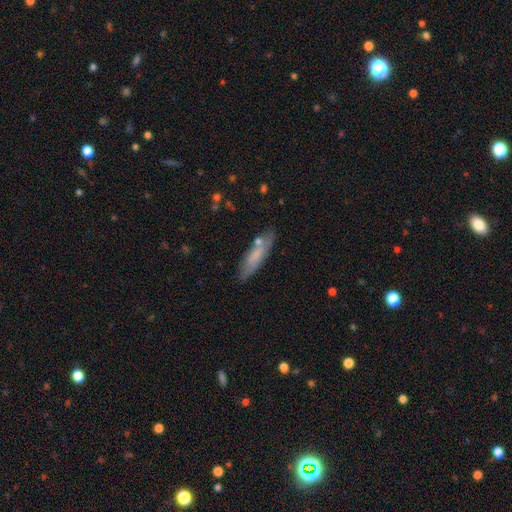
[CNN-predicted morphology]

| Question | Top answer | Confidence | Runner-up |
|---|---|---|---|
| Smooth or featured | smooth | 67% | featured or disk (26%) |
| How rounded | cigar-shaped | 67% | in between (31%) |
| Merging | none | 72% | minor disturbance (17%) |